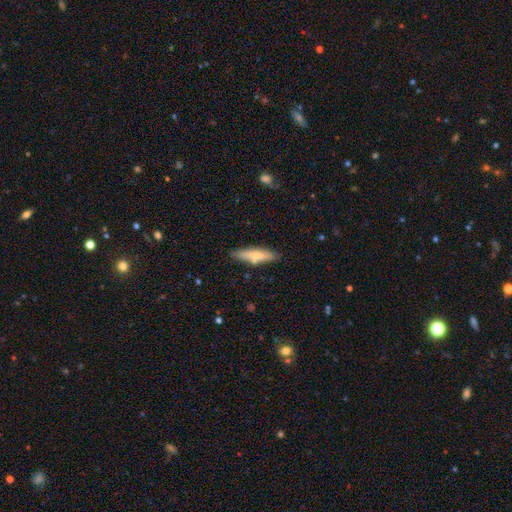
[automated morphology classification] Smooth or featured: smooth — 71% (featured or disk — 22%)
How rounded: cigar-shaped — 68% (in between — 30%)
Merging: none — 78% (minor disturbance — 15%)